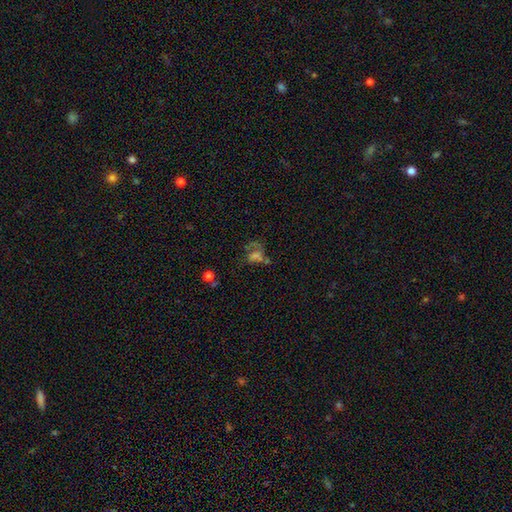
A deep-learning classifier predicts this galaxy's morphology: Smooth or featured? Predicted: featured or disk (p=0.39). Merging? Predicted: major disturbance (p=0.36).